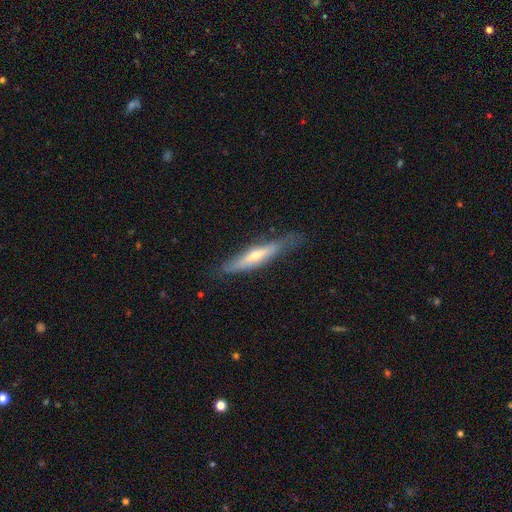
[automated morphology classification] A featured or disk galaxy (52%) viewed edge-on (84%). Merging: none (72%).